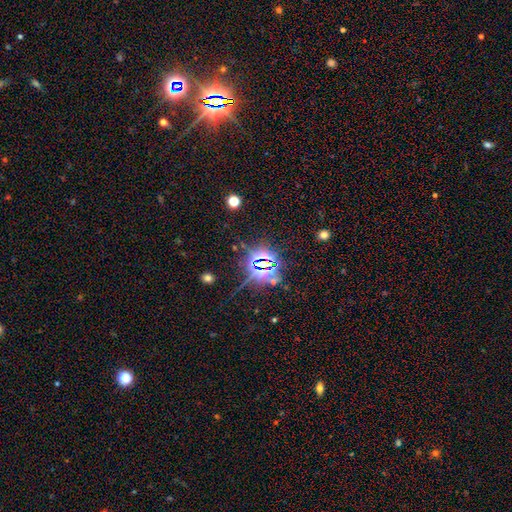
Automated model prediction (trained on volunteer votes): Smooth or featured?
  - star or artifact: 79% *
  - smooth: 12%
  - featured or disk: 9%